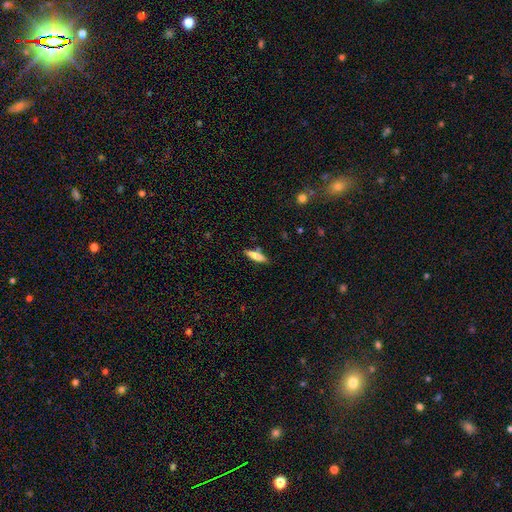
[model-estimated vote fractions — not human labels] This appears to be a smooth galaxy with no disk features (75%) that is cigar-shaped (71%). Merging: none (79%).